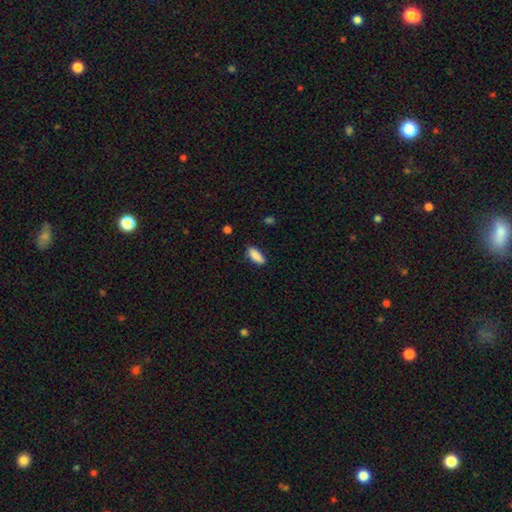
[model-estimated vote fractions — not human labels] Smooth or featured? smooth (88%)
How rounded? in between (76%)
Merging? none (81%)